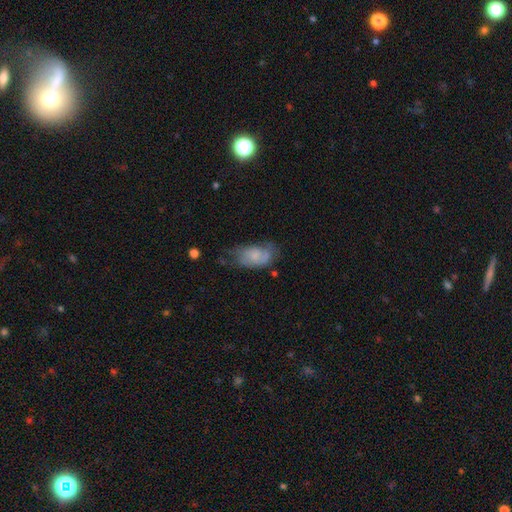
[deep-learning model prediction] smooth 55%, featured or disk 37%, star or artifact 8%. Down the decision tree: how rounded — in between (91%); merging — none (42%).